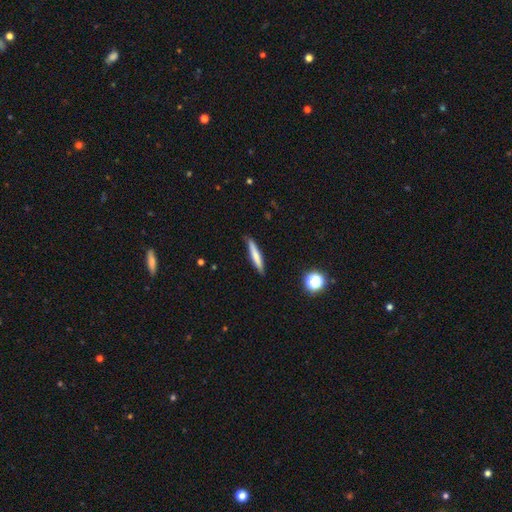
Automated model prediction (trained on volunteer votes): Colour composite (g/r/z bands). It shows a smooth galaxy with no disk features (68%) that is cigar-shaped (93%). Merging: none (88%).